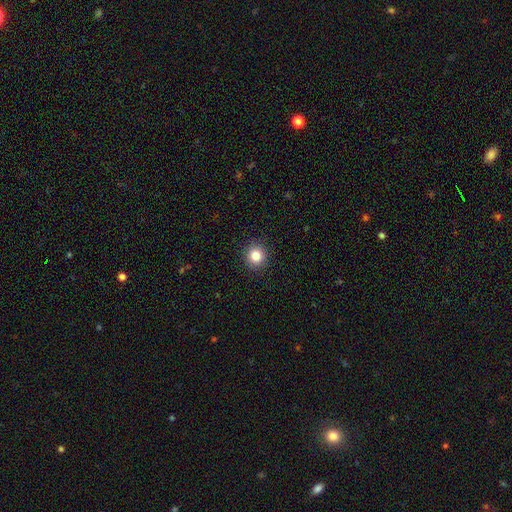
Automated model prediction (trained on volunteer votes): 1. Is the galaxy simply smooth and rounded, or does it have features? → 85% smooth, 11% star or artifact, 5% featured or disk.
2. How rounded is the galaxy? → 90% round, 9% in between, 1% cigar-shaped.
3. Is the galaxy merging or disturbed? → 91% none, 6% minor disturbance, 2% major disturbance, 1% merger.